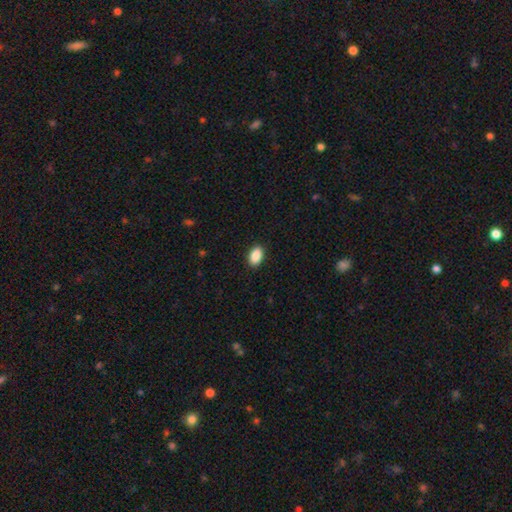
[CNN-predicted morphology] smooth-or-featured: smooth: 90% | star or artifact: 7% | featured or disk: 3%
  how-rounded: in between: 91% | round: 7% | cigar-shaped: 2%
  merging: none: 90% | minor disturbance: 7% | major disturbance: 2% | merger: 1%